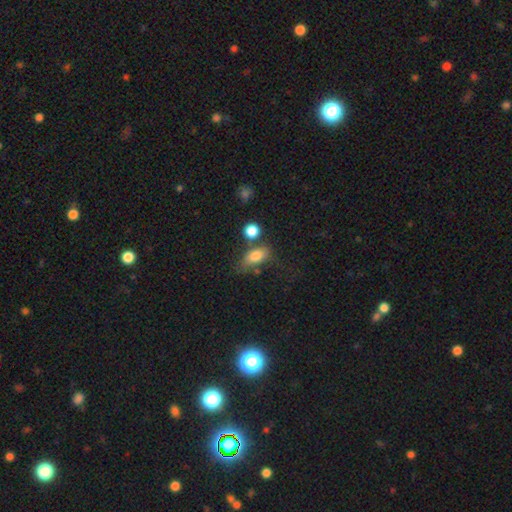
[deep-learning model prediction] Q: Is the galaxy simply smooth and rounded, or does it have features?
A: smooth — 79%.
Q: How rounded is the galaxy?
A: in between — 80%.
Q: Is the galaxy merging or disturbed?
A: none — 52%.